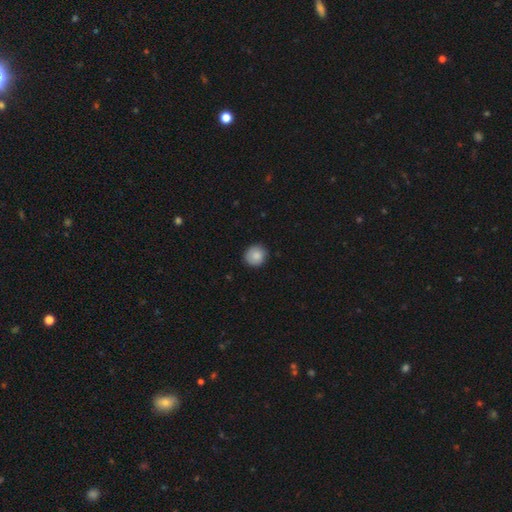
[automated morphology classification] smooth 87%, star or artifact 8%, featured or disk 6%. Down the decision tree: how rounded — round (89%); merging — none (88%).